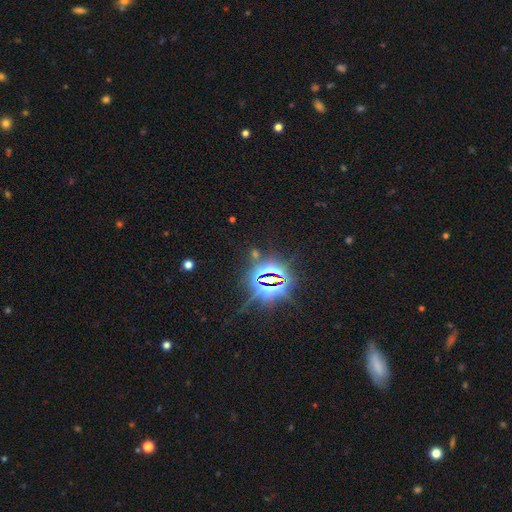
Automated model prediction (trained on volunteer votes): This is clearly a star or artifact rather than a galaxy (84%).